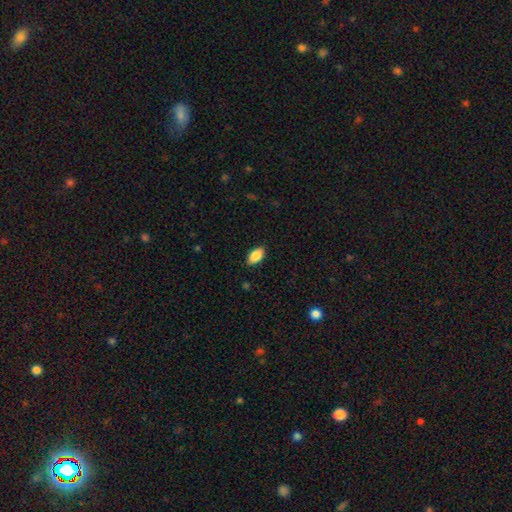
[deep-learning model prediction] Morphology: type=smooth (86%); roundness=in between (92%); merging=none (86%).